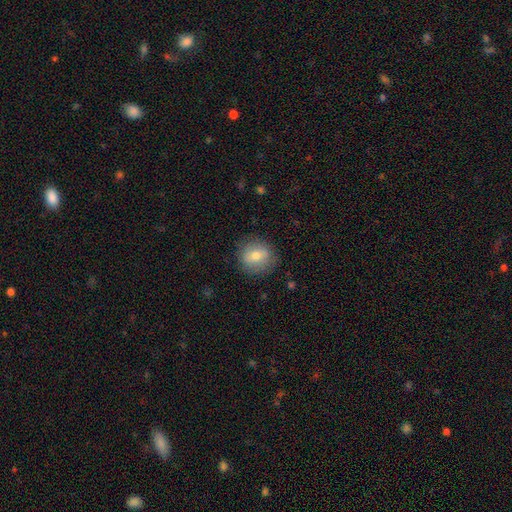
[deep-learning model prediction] Smooth or featured?
  - smooth: 71% *
  - featured or disk: 21%
  - star or artifact: 8%
How rounded?
  - round: 82% *
  - in between: 16%
  - cigar-shaped: 1%
Merging?
  - none: 85% *
  - minor disturbance: 11%
  - major disturbance: 3%
  - merger: 1%